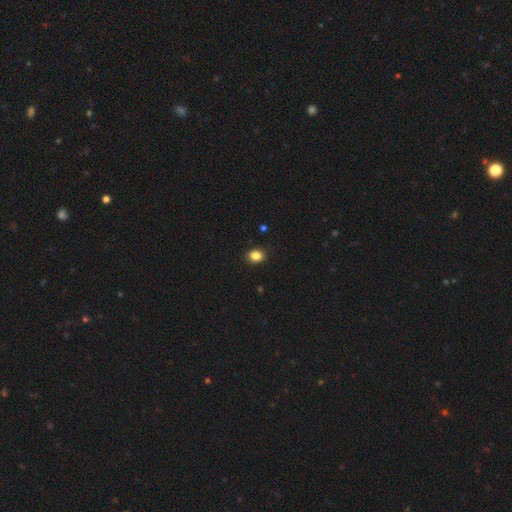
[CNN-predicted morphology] smooth 85%, star or artifact 10%, featured or disk 4%. Down the decision tree: how rounded — in between (55%); merging — none (90%).